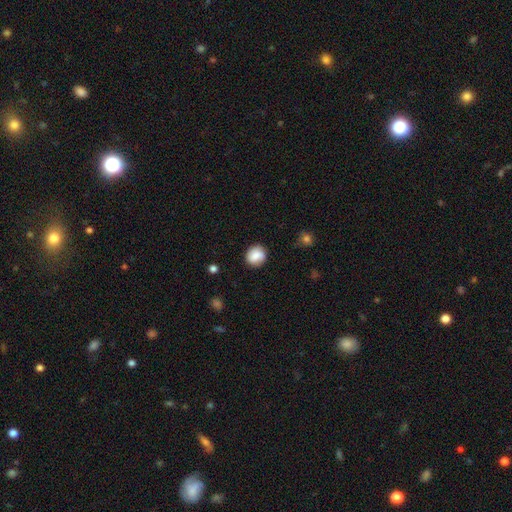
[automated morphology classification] Overall: smooth (80%). How rounded: round (80%). Merging: none (83%).